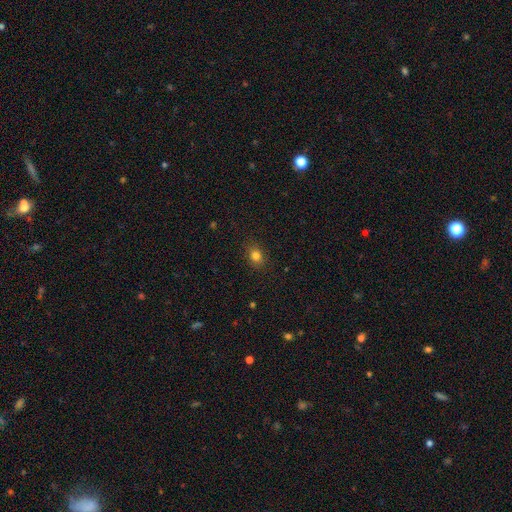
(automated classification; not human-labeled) A smooth galaxy with no disk features (81%) that is in between round and cigar-shaped (50%).

Vote fractions:
- Smooth or featured? smooth: 81% / star or artifact: 13% / featured or disk: 6%
- How rounded? in between: 50% / round: 49% / cigar-shaped: 1%
- Merging? none: 87% / minor disturbance: 9% / major disturbance: 3% / merger: 1%